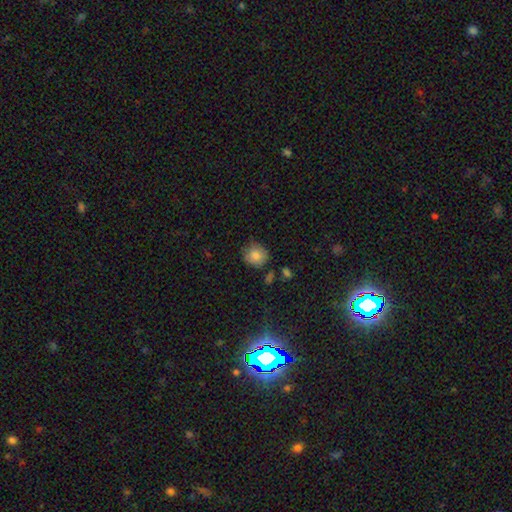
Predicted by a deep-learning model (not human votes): Morphology: type=smooth (83%); roundness=round (84%); merging=none (73%).